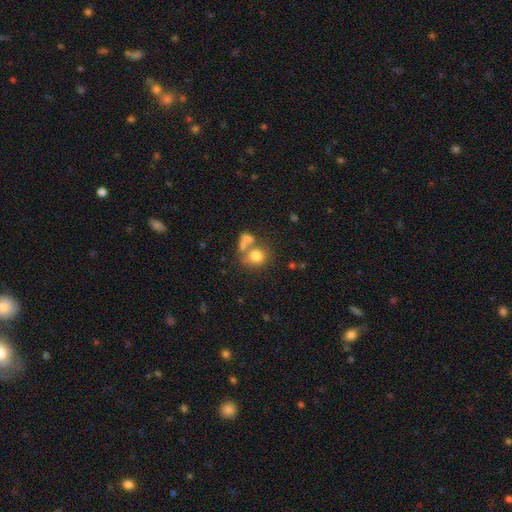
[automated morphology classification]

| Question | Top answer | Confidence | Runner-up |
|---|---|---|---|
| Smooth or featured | smooth | 75% | featured or disk (15%) |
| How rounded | round | 68% | in between (31%) |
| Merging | merger | 41% | none (39%) |